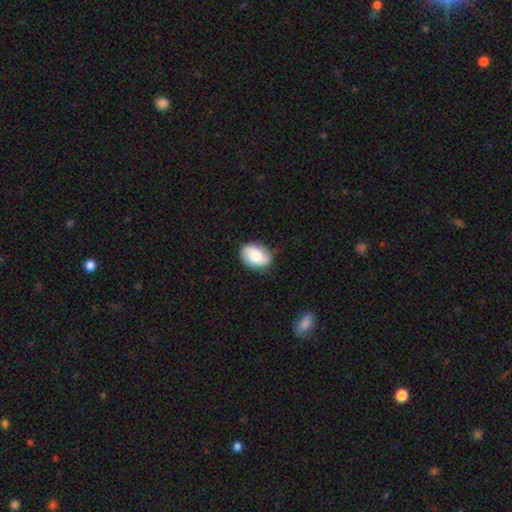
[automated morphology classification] Overall: smooth (72%). How rounded: in between (78%). Merging: none (82%).